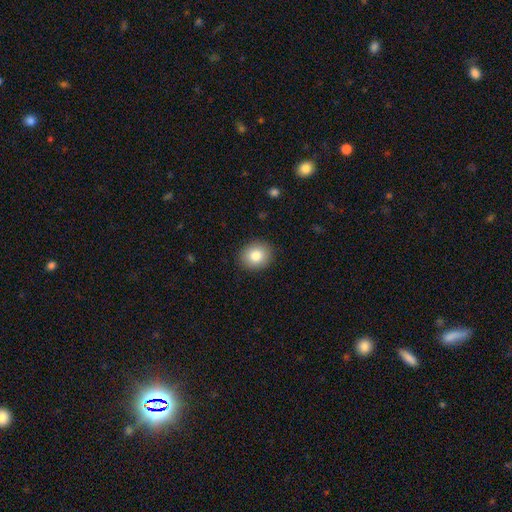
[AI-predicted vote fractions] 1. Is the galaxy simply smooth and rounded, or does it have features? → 81% smooth, 9% featured or disk, 9% star or artifact.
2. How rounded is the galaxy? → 69% round, 30% in between, 1% cigar-shaped.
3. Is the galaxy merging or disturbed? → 90% none, 7% minor disturbance, 2% major disturbance, 1% merger.